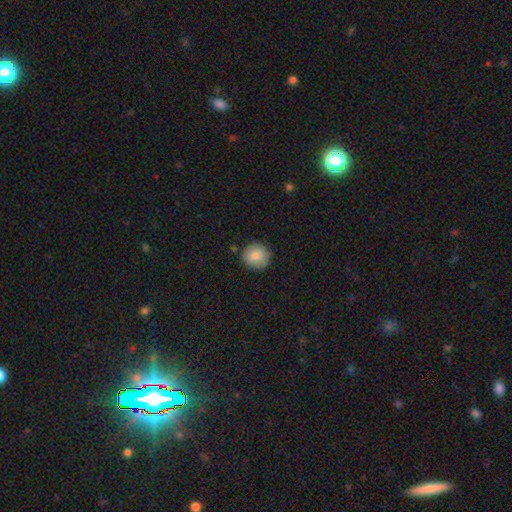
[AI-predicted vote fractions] Morphology: type=smooth (85%); roundness=round (92%); merging=none (86%).